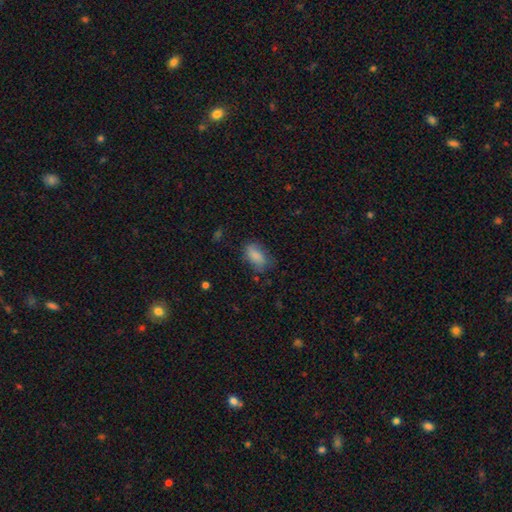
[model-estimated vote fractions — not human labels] Smooth or featured: smooth — 84% (featured or disk — 8%)
How rounded: in between — 89% (cigar-shaped — 6%)
Merging: none — 65% (minor disturbance — 25%)